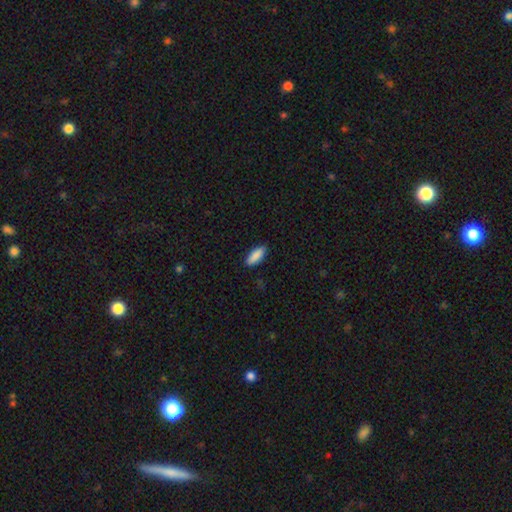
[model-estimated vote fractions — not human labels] smooth-or-featured: smooth: 89% | star or artifact: 6% | featured or disk: 5%
  how-rounded: in between: 68% | cigar-shaped: 30% | round: 2%
  merging: none: 87% | minor disturbance: 10% | major disturbance: 2% | merger: 1%